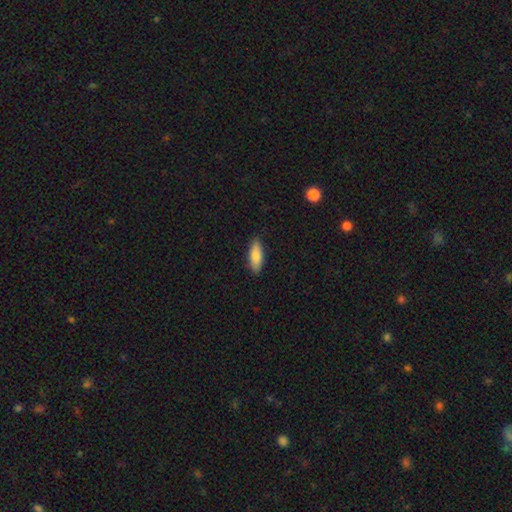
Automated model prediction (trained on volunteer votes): smooth_or_featured: smooth (p=0.82) [alt: featured or disk p=0.12]
how_rounded: in between (p=0.66) [alt: cigar-shaped p=0.32]
merging: none (p=0.87) [alt: minor disturbance p=0.10]